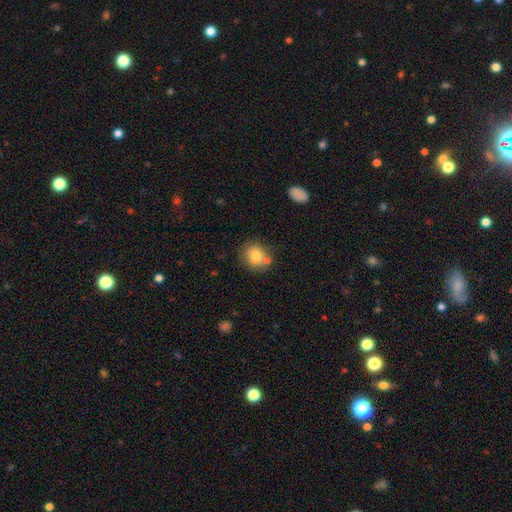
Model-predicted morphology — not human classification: smooth_or_featured: smooth (p=0.77) [alt: featured or disk p=0.14]
how_rounded: round (p=0.78) [alt: in between p=0.21]
merging: none (p=0.62) [alt: merger p=0.18]